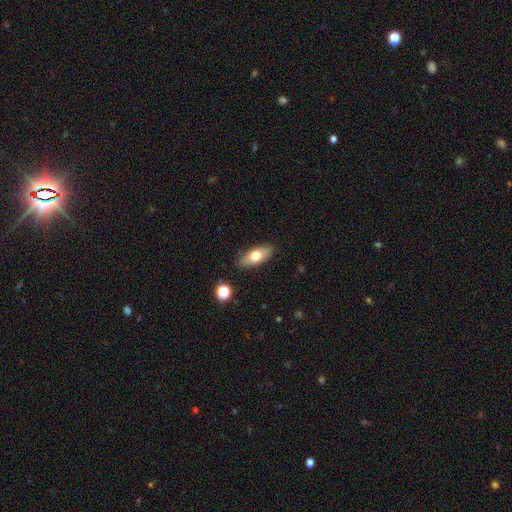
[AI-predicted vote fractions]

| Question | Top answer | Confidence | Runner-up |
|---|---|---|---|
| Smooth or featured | smooth | 67% | featured or disk (26%) |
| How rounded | in between | 76% | cigar-shaped (20%) |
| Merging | none | 85% | minor disturbance (11%) |